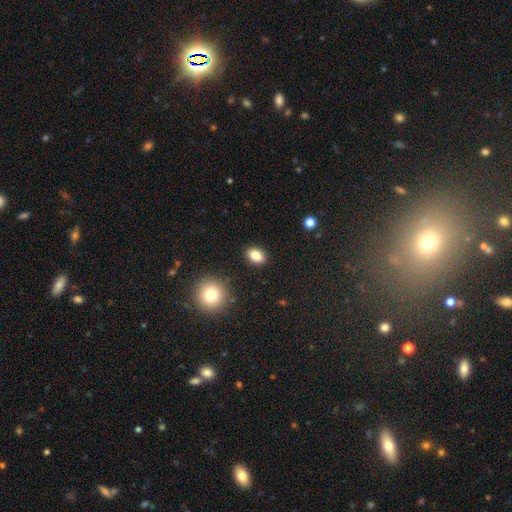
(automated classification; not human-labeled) Smooth or featured? smooth (83%)
How rounded? in between (69%)
Merging? none (89%)